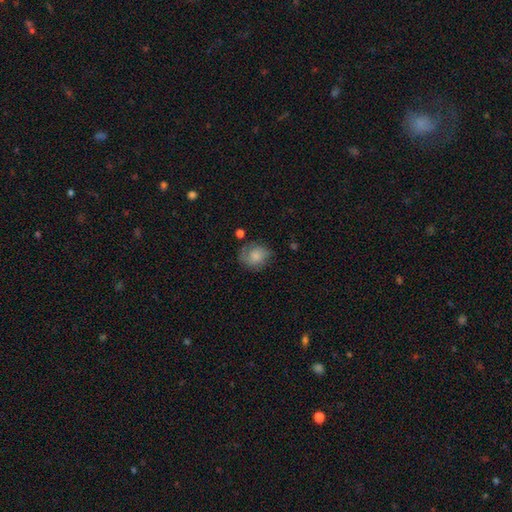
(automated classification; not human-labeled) Overall: smooth (65%; featured or disk 27%). How rounded: round (67%; in between 32%). Merging: none (62%; minor disturbance 25%).